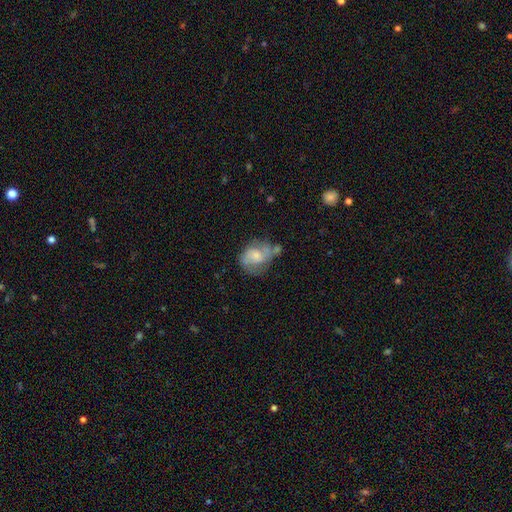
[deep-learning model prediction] A featured or disk galaxy (50%).

Vote fractions:
- Smooth or featured? featured or disk: 50% / smooth: 42% / star or artifact: 8%
- Edge-on disk? no: 97% / yes: 3%
- Merging? none: 40% / minor disturbance: 28% / major disturbance: 16% / merger: 16%